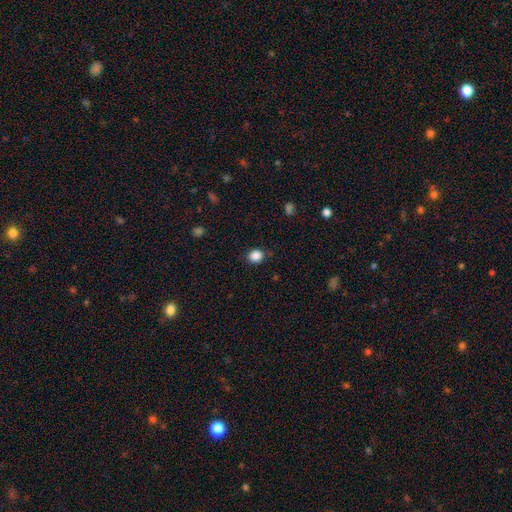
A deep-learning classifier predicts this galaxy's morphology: type=smooth (86%); roundness=round (72%); merging=none (84%).